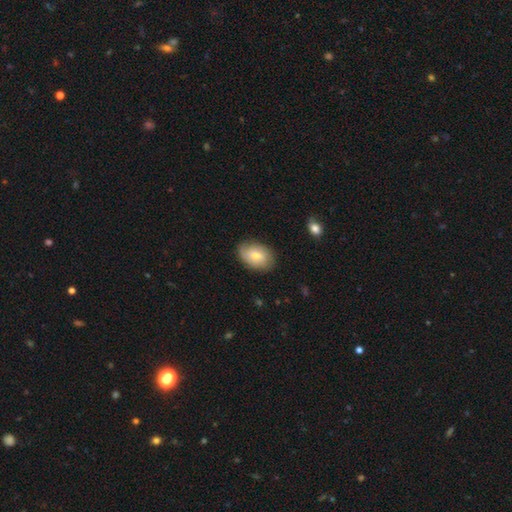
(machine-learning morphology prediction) The model was most divided on "smooth or featured": smooth: 67%, featured or disk: 25%, star or artifact: 7%. More confident: how rounded — in between (83%); merging — none (79%).